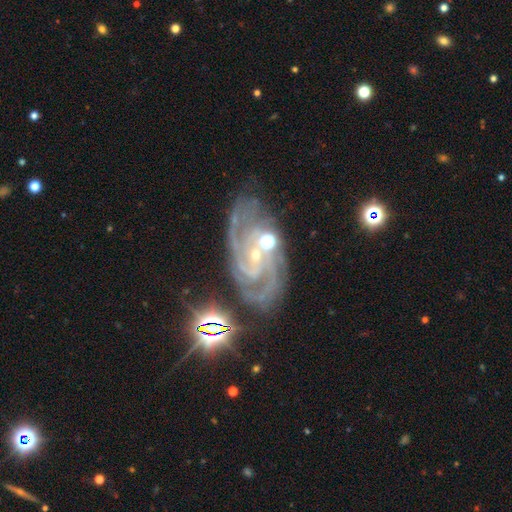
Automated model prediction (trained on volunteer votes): smooth-or-featured: featured or disk: 87% | star or artifact: 9% | smooth: 4%
  disk-edge-on: no: 96% | yes: 4%
    bar: no: 48% | weak: 36% | strong: 15%
    has-spiral-arms: yes: 98% | no: 2%
      spiral-winding: tight: 58% | medium: 37% | loose: 6%
      spiral-arm-count: 2: 43% | 3: 26% | can't tell: 12% | 4: 9% | more than 4: 5% | 1: 5%
    bulge-size: small: 72% | moderate: 23% | none: 3% | large: 1% | dominant: 1%
  merging: none: 70% | minor disturbance: 17% | major disturbance: 7% | merger: 6%